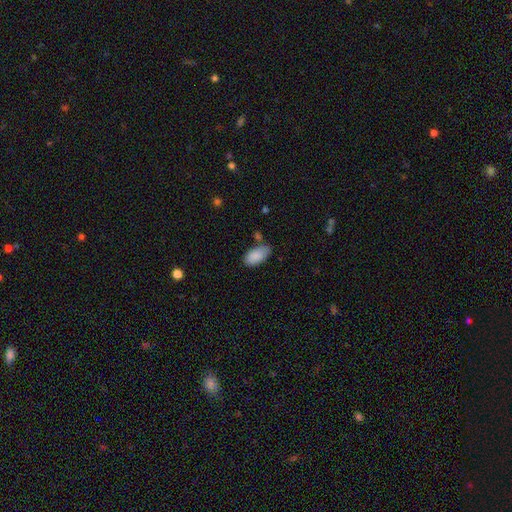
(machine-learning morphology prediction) This is clearly a smooth galaxy (88%). How rounded: clearly in between (94%). Merging: likely none (67%).